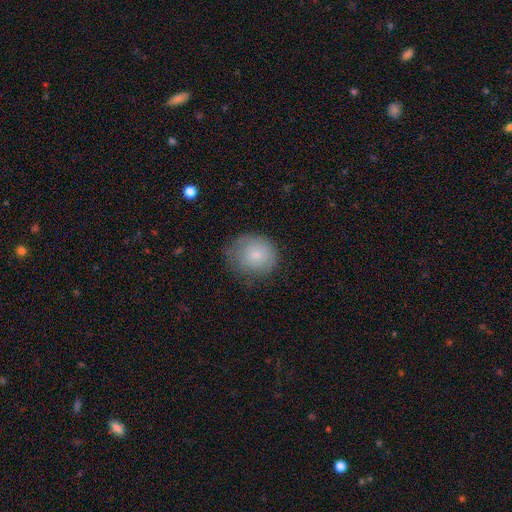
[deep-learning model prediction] Smooth or featured? Predicted: smooth (p=0.78). How rounded? Predicted: round (p=0.80). Merging? Predicted: none (p=0.63).